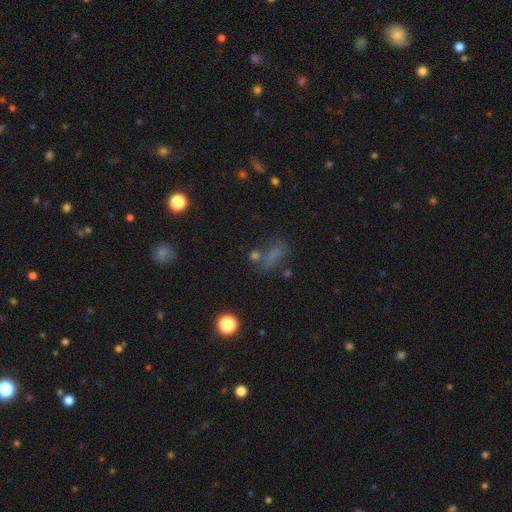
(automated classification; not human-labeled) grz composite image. It shows a smooth galaxy with no disk features (43%). Merging: none (57%).